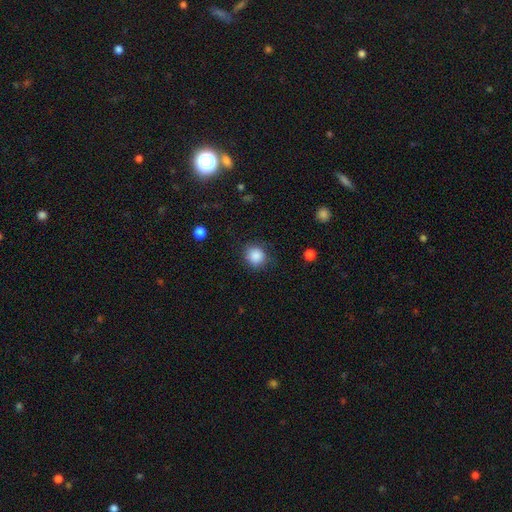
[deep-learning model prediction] Overall: smooth (87%). How rounded: round (85%). Merging: none (81%).